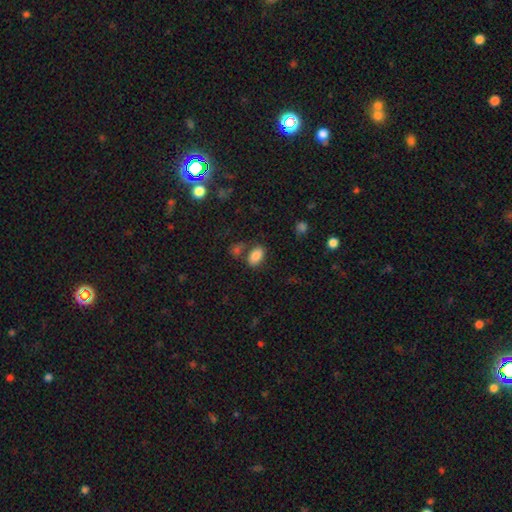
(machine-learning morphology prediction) smooth_or_featured: smooth (p=0.85) [alt: star or artifact p=0.09]
how_rounded: in between (p=0.91) [alt: round p=0.08]
merging: none (p=0.66) [alt: merger p=0.14]